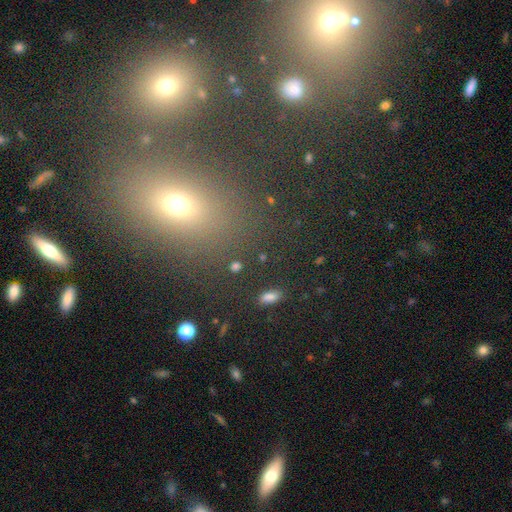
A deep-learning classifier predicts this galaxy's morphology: A smooth galaxy with no disk features (53%) that is in between round and cigar-shaped (62%).

Vote fractions:
- Smooth or featured? smooth: 53% / star or artifact: 34% / featured or disk: 13%
- How rounded? in between: 62% / round: 33% / cigar-shaped: 5%
- Merging? none: 74% / merger: 11% / minor disturbance: 10% / major disturbance: 5%